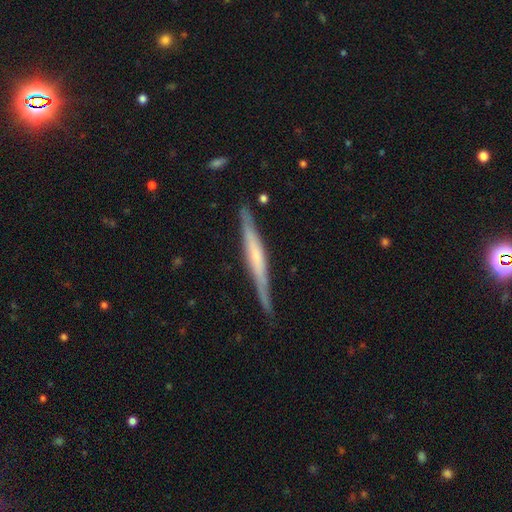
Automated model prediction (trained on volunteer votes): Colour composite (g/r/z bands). It shows a featured or disk galaxy (66%) viewed edge-on (97%) with no central bulge (42%). Merging: none (83%).